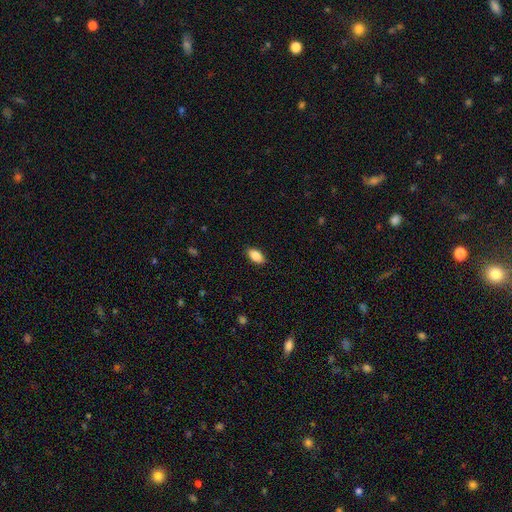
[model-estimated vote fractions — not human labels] Overall: smooth (88%). How rounded: in between (92%). Merging: none (88%).